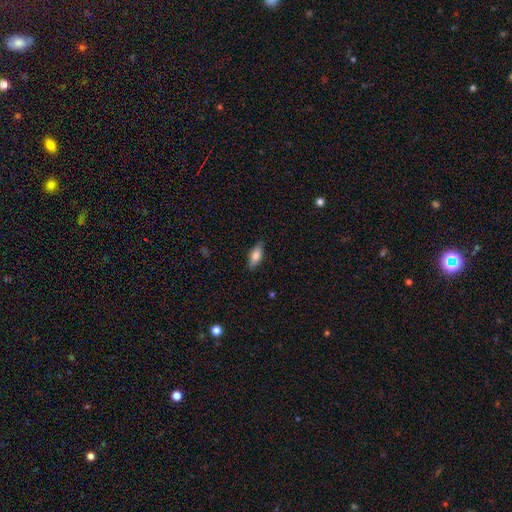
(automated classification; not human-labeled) A smooth galaxy with no disk features (73%) that is in between round and cigar-shaped (70%).

Vote fractions:
- Smooth or featured? smooth: 73% / featured or disk: 21% / star or artifact: 7%
- How rounded? in between: 70% / cigar-shaped: 27% / round: 3%
- Merging? none: 86% / minor disturbance: 11% / major disturbance: 2% / merger: 1%